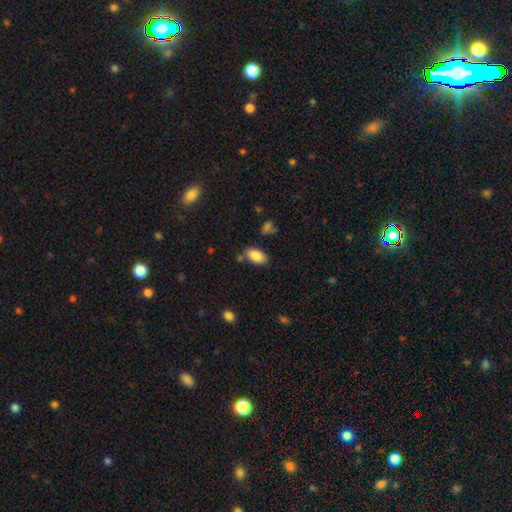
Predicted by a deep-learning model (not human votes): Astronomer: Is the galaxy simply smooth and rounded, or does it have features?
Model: smooth — 86%.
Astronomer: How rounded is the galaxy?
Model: in between — 94%.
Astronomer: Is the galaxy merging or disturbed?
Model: none — 76%.